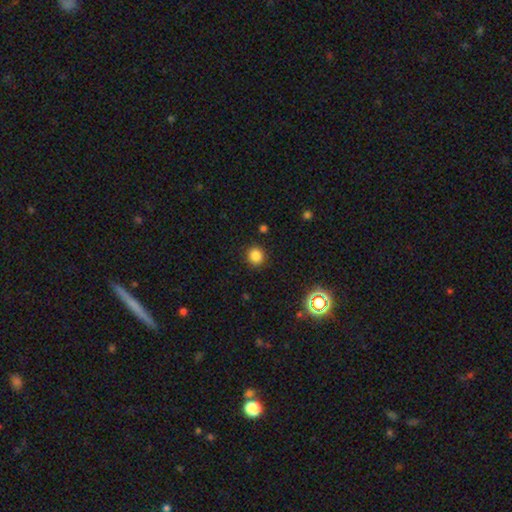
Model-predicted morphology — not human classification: smooth-or-featured: smooth: 83% | star or artifact: 13% | featured or disk: 4%
  how-rounded: round: 88% | in between: 11% | cigar-shaped: 1%
  merging: none: 90% | minor disturbance: 6% | major disturbance: 2% | merger: 1%